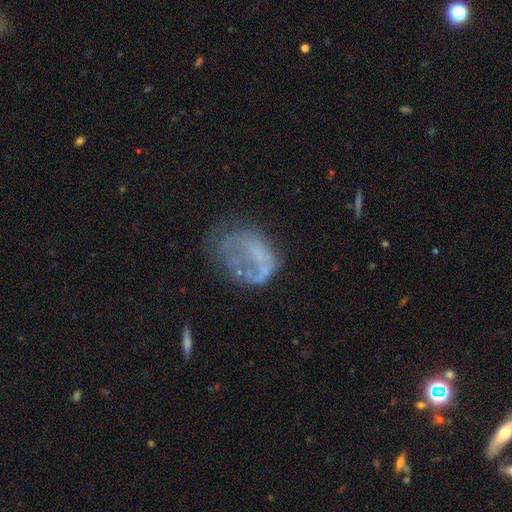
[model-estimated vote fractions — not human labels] Smooth or featured: featured or disk — 50% (smooth — 36%)
Merging: major disturbance — 39% (none — 33%)